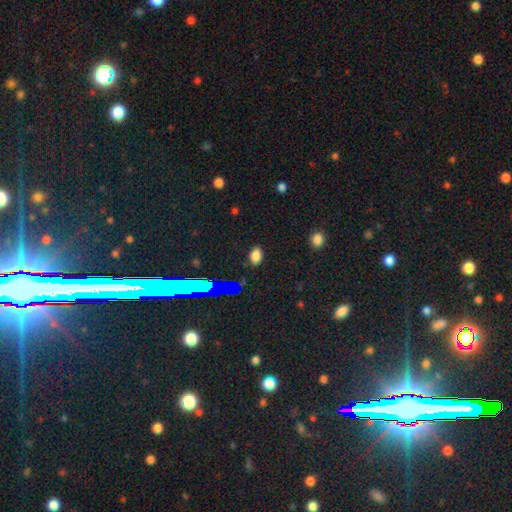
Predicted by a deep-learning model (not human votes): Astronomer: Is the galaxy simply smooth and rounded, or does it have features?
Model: smooth — 81%.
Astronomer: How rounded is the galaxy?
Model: in between — 87%.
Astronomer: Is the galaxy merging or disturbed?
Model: none — 86%.